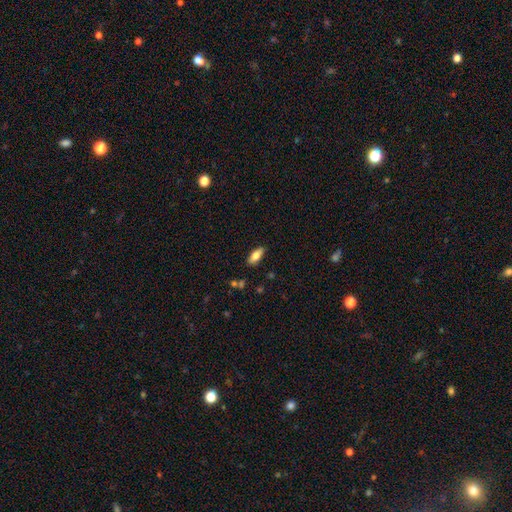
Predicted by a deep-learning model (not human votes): A smooth galaxy with no disk features (71%) that is in between round and cigar-shaped (76%).

Vote fractions:
- Smooth or featured? smooth: 71% / featured or disk: 22% / star or artifact: 7%
- How rounded? in between: 76% / cigar-shaped: 21% / round: 2%
- Merging? none: 86% / minor disturbance: 10% / major disturbance: 2% / merger: 2%